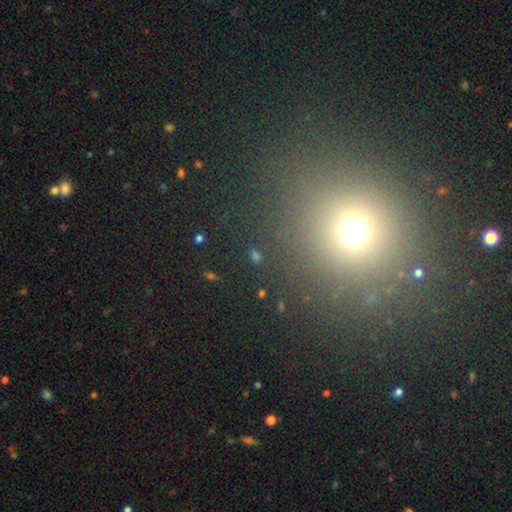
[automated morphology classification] smooth 47%, star or artifact 43%, featured or disk 11%. Down the decision tree: merging — none (82%).